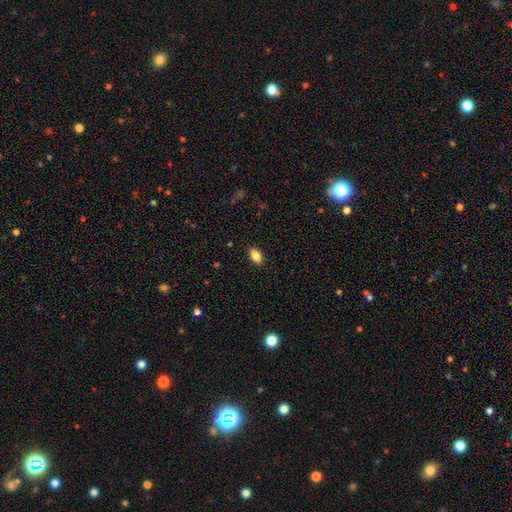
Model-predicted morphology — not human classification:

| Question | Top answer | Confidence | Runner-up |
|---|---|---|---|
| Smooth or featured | smooth | 86% | star or artifact (9%) |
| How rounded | in between | 88% | round (10%) |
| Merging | none | 88% | minor disturbance (9%) |